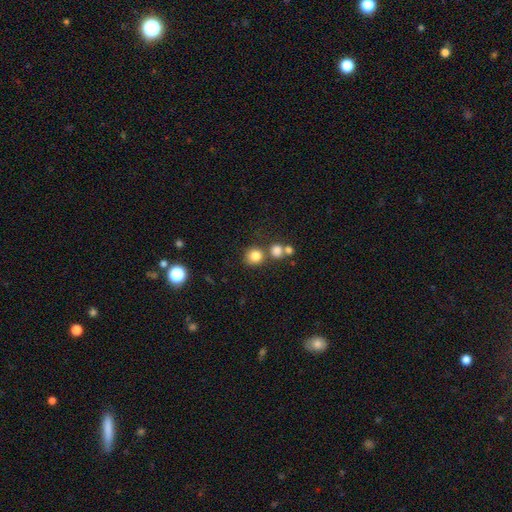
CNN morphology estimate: smooth-or-featured: smooth: 81% | star or artifact: 12% | featured or disk: 7%
  how-rounded: round: 86% | in between: 13% | cigar-shaped: 1%
  merging: none: 67% | merger: 20% | minor disturbance: 9% | major disturbance: 4%